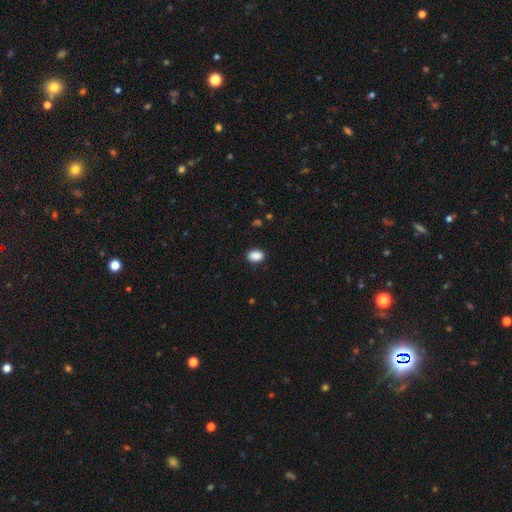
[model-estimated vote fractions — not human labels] Smooth or featured? smooth (90%)
How rounded? in between (84%)
Merging? none (87%)